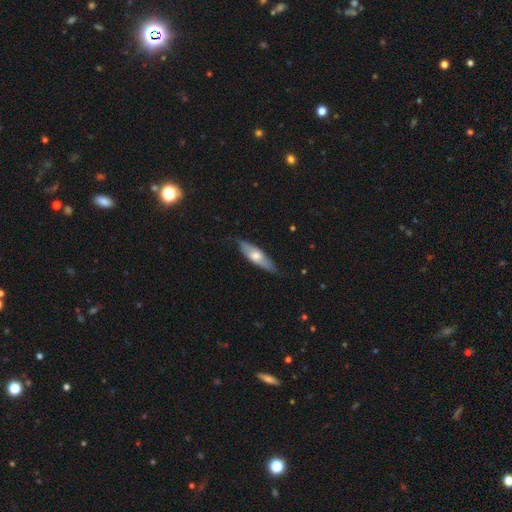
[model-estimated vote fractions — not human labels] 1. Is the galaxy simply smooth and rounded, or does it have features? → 51% smooth, 43% featured or disk, 5% star or artifact.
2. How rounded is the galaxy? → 50% cigar-shaped, 48% in between, 2% round.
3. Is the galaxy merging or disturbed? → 75% none, 20% minor disturbance, 4% major disturbance, 1% merger.